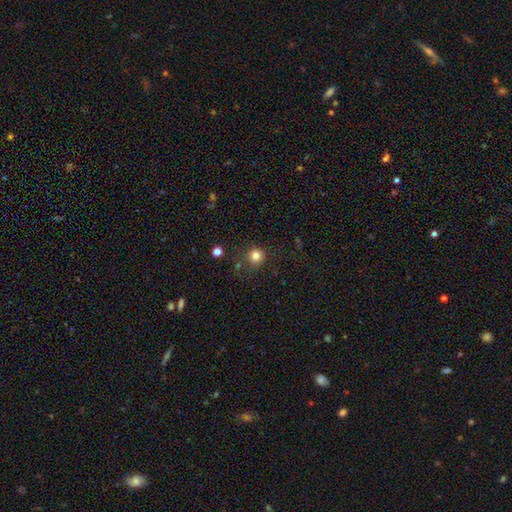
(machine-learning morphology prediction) The model was most divided on "merging": none: 79%, minor disturbance: 12%, major disturbance: 5%, merger: 4%. More confident: how rounded — round (92%); smooth or featured — smooth (81%).